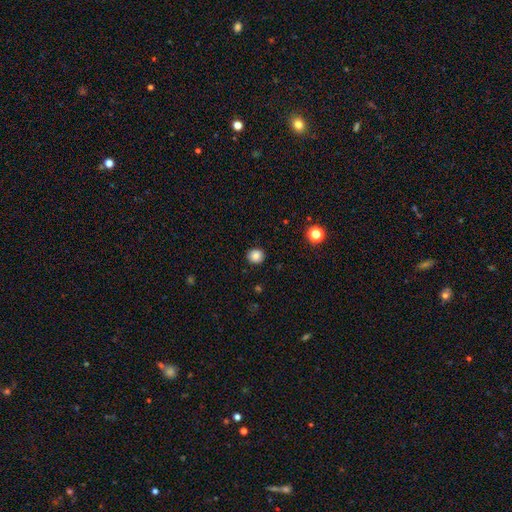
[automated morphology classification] smooth_or_featured: smooth (p=0.85) [alt: star or artifact p=0.10]
how_rounded: round (p=0.82) [alt: in between p=0.17]
merging: none (p=0.90) [alt: minor disturbance p=0.07]